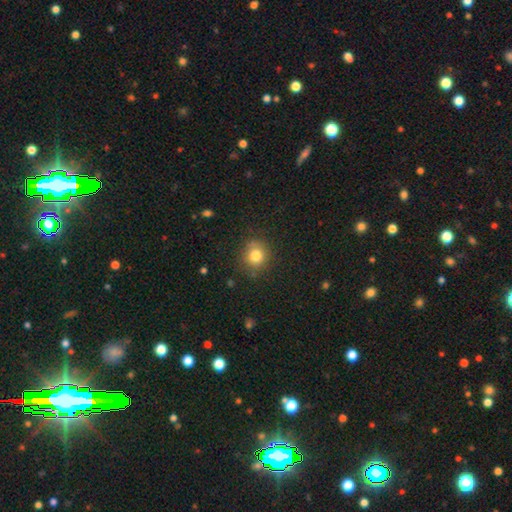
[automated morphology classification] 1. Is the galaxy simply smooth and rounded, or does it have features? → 81% smooth, 12% star or artifact, 8% featured or disk.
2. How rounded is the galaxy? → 83% round, 16% in between, 1% cigar-shaped.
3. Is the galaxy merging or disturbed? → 81% none, 13% minor disturbance, 4% major disturbance, 2% merger.